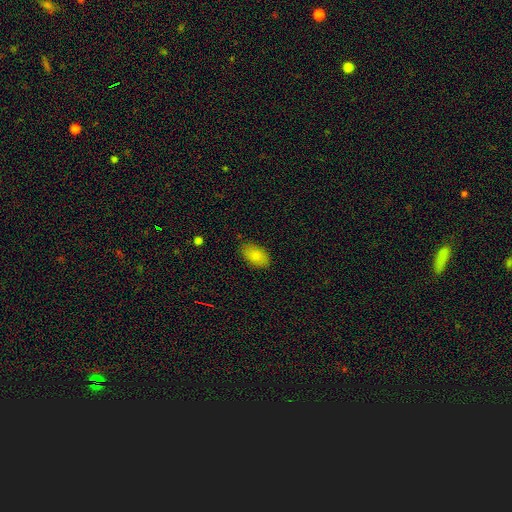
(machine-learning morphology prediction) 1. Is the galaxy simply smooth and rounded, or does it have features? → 84% smooth, 8% featured or disk, 8% star or artifact.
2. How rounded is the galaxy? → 93% in between, 5% round, 2% cigar-shaped.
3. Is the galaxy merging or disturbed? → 84% none, 12% minor disturbance, 2% major disturbance, 1% merger.